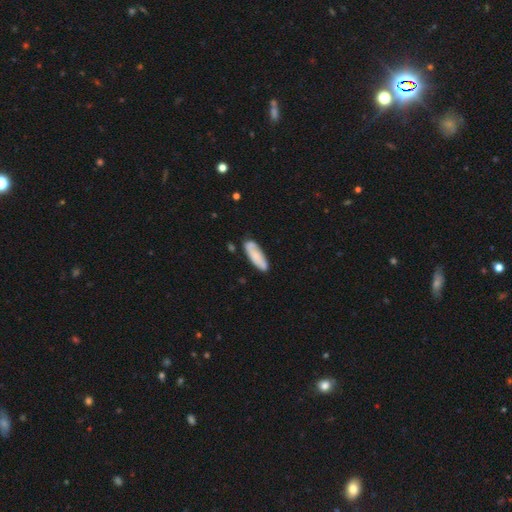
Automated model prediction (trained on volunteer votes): This appears to be a smooth galaxy with no disk features (75%) that is in between round and cigar-shaped (51%). Merging: none (75%).